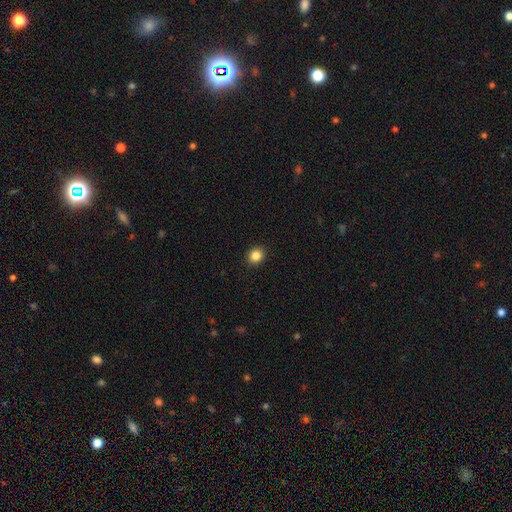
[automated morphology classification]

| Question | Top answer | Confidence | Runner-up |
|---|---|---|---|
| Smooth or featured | smooth | 86% | star or artifact (10%) |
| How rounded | round | 75% | in between (24%) |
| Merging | none | 92% | minor disturbance (6%) |